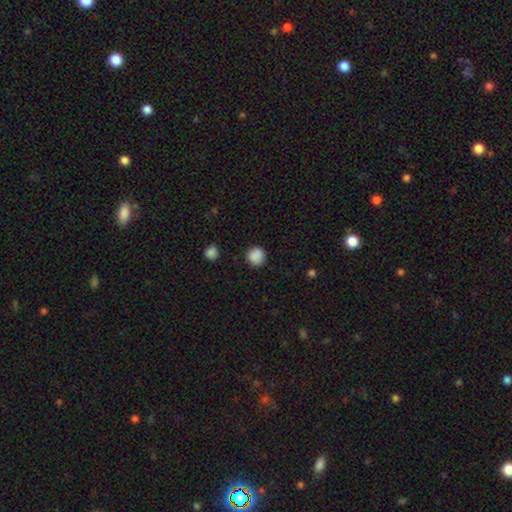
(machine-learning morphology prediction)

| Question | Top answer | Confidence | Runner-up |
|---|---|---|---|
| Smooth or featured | smooth | 88% | star or artifact (10%) |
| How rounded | round | 91% | in between (8%) |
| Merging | none | 88% | minor disturbance (8%) |